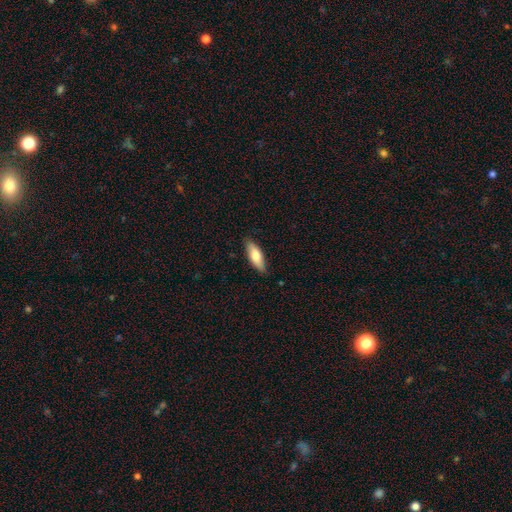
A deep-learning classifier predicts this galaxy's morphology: type=smooth (73%); roundness=in between (62%); merging=none (84%).